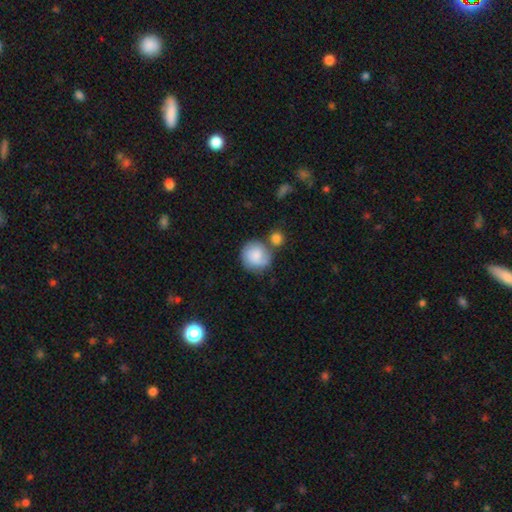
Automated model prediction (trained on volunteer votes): Smooth or featured? smooth (76%)
How rounded? round (89%)
Merging? none (53%)